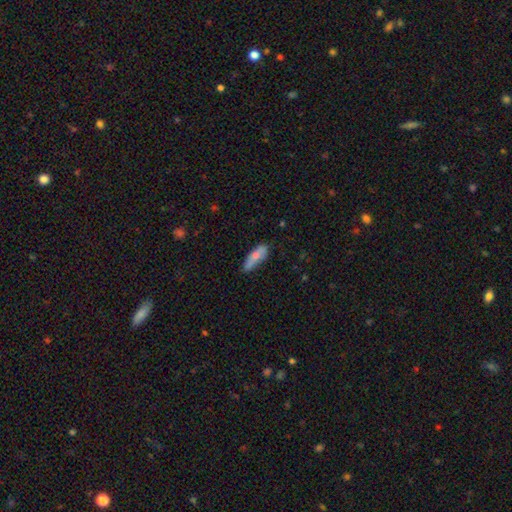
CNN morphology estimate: A smooth galaxy with no disk features (64%) that is cigar-shaped (53%). Merging: none (72%).